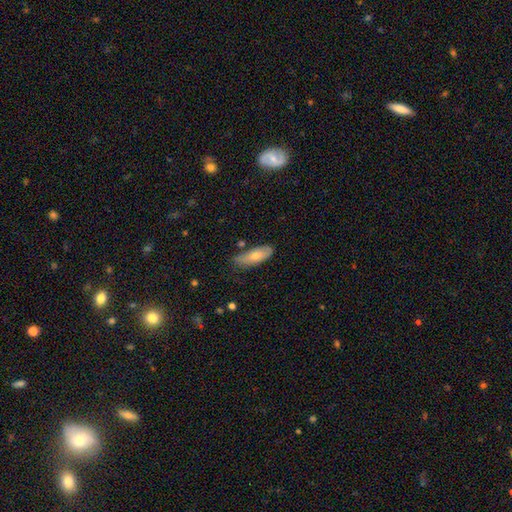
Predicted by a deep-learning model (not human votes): Q: Smooth or featured?
A: smooth (67%); runner-up: featured or disk (25%)
Q: How rounded?
A: in between (58%); runner-up: cigar-shaped (40%)
Q: Merging?
A: none (70%); runner-up: minor disturbance (23%)